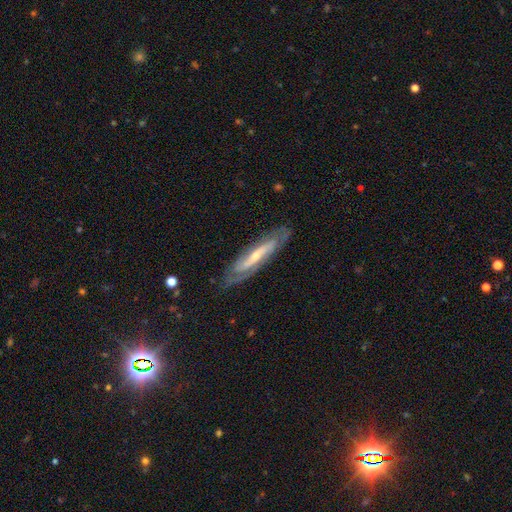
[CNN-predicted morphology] Smooth or featured? featured or disk (76%)
Edge-on disk? no (59%)
Merging? none (79%)